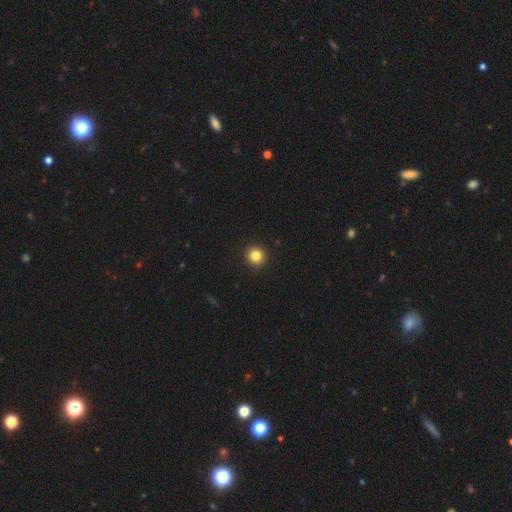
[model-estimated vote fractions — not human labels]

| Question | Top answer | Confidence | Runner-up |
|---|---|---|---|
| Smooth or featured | smooth | 83% | star or artifact (12%) |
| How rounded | round | 94% | in between (5%) |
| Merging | none | 93% | minor disturbance (5%) |